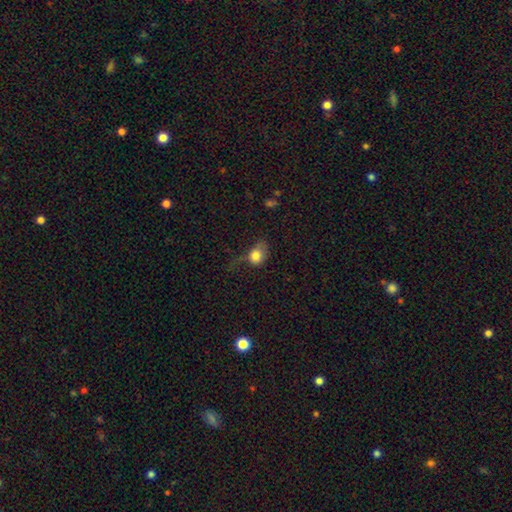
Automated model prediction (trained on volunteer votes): smooth_or_featured: smooth (p=0.78) [alt: featured or disk p=0.12]
how_rounded: in between (p=0.55) [alt: round p=0.43]
merging: major disturbance (p=0.45) [alt: minor disturbance p=0.27]